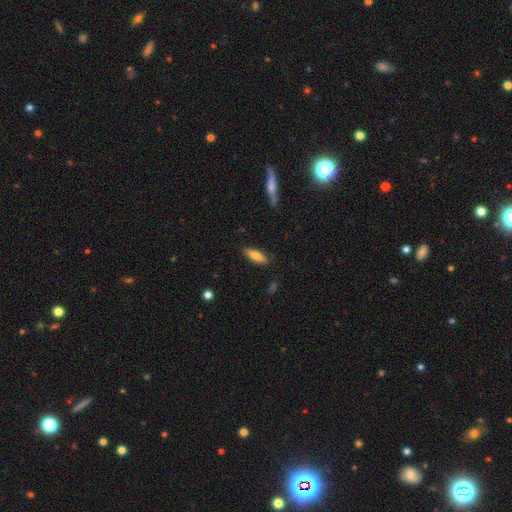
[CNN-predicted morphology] smooth 77%, featured or disk 17%, star or artifact 7%. Down the decision tree: how rounded — cigar-shaped (49%, tied with in between); merging — none (83%).